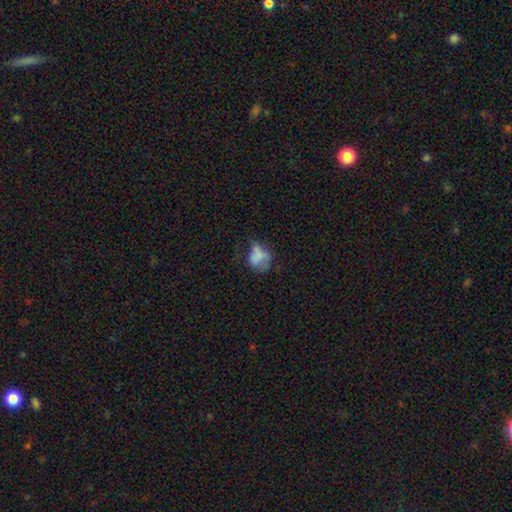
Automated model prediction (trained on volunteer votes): A smooth galaxy with no disk features (62%) that is in between round and cigar-shaped (58%).

Vote fractions:
- Smooth or featured? smooth: 62% / featured or disk: 26% / star or artifact: 12%
- How rounded? in between: 58% / round: 40% / cigar-shaped: 2%
- Merging? major disturbance: 32% / none: 31% / minor disturbance: 27% / merger: 10%